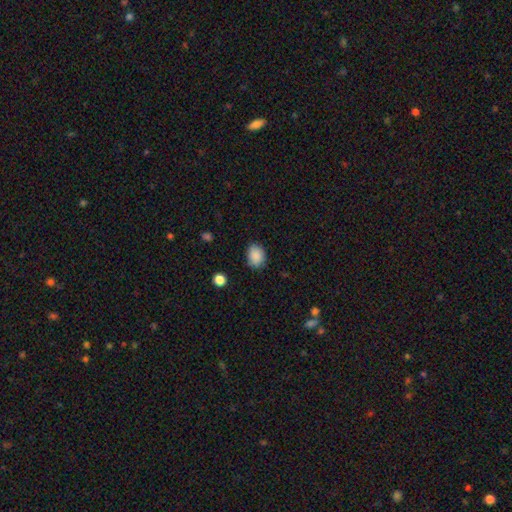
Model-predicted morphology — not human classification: Q: Smooth or featured?
A: smooth (88%); runner-up: star or artifact (8%)
Q: How rounded?
A: in between (60%); runner-up: round (39%)
Q: Merging?
A: none (81%); runner-up: minor disturbance (14%)